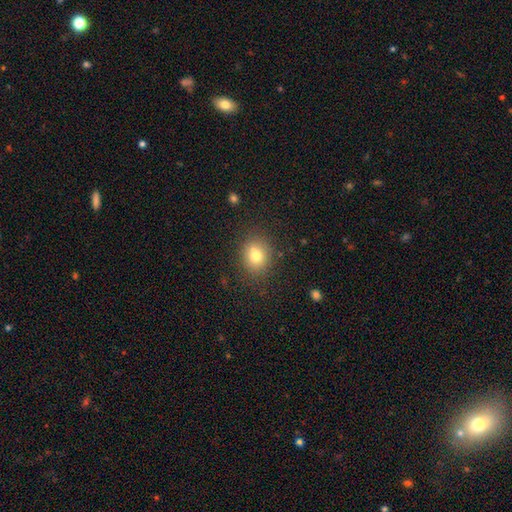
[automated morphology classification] type=smooth (76%); roundness=round (71%); merging=none (80%).